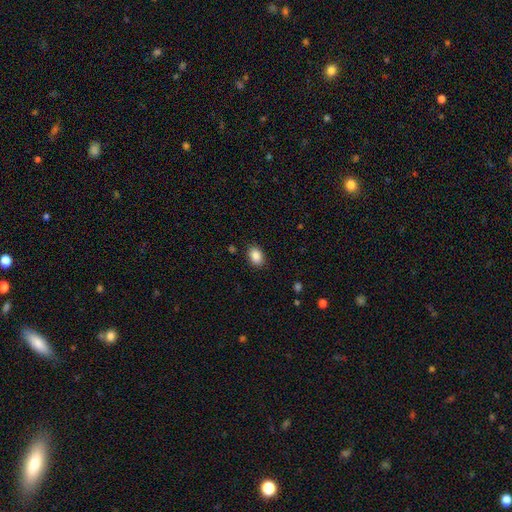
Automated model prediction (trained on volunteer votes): A smooth galaxy with no disk features (88%) that is in between round and cigar-shaped (77%). Merging: none (86%).